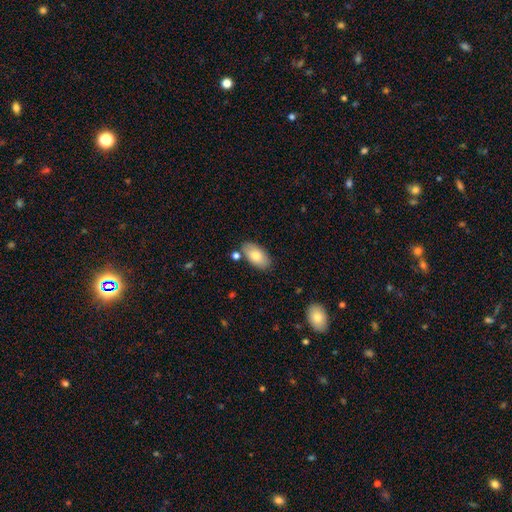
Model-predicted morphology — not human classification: This is likely a smooth galaxy (79%). How rounded: clearly in between (94%). Merging: likely none (78%).